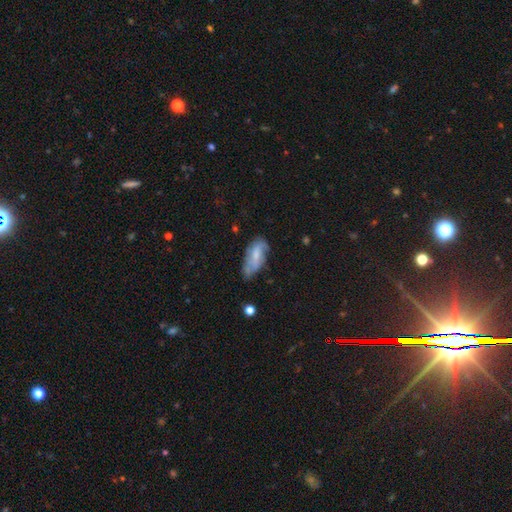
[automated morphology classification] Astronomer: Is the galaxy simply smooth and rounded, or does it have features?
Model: featured or disk — 48% (runner-up: smooth, 45%).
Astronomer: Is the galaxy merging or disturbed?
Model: none — 53% (runner-up: minor disturbance, 32%).